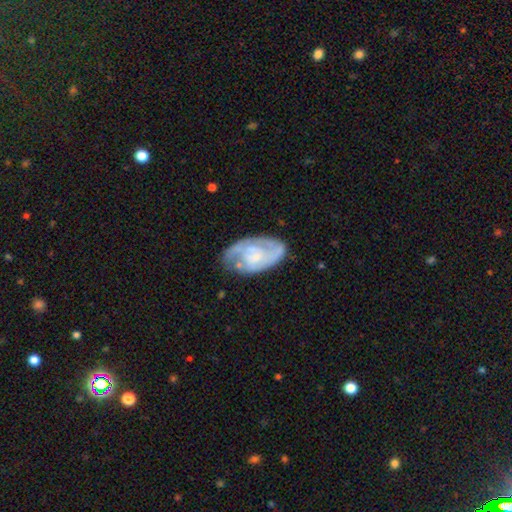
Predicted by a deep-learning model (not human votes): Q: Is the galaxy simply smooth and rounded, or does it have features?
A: featured or disk — 76%.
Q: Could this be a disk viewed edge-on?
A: no — 96%.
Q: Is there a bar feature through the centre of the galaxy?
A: no — 65%.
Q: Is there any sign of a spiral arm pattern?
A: yes — 86%.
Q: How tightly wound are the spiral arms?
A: tight — 44%.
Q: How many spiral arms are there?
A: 2 — 55%.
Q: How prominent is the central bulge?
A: small — 63%.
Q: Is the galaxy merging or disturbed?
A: none — 61%.